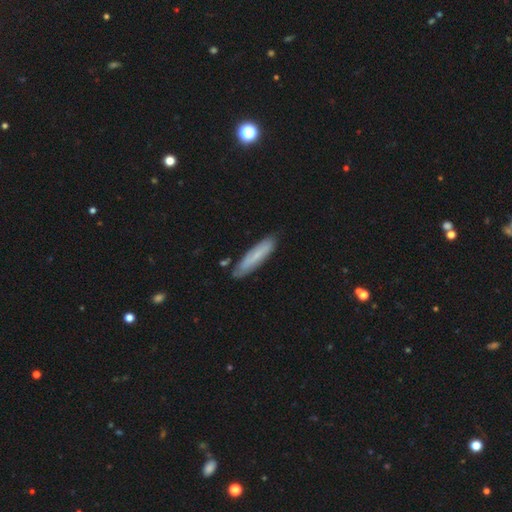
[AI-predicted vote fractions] Smooth or featured? smooth (63%)
How rounded? cigar-shaped (81%)
Merging? none (81%)